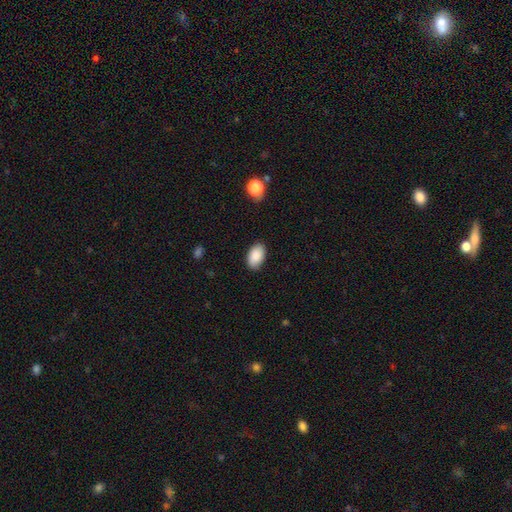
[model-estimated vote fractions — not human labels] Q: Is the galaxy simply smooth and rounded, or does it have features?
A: smooth — 89%.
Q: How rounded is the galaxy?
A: in between — 93%.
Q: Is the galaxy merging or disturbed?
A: none — 87%.